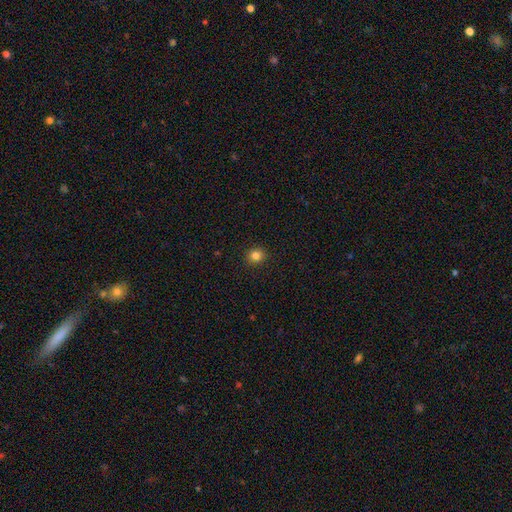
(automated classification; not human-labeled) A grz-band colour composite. It shows a smooth galaxy with no disk features (83%) that is round (87%). Merging: none (92%).